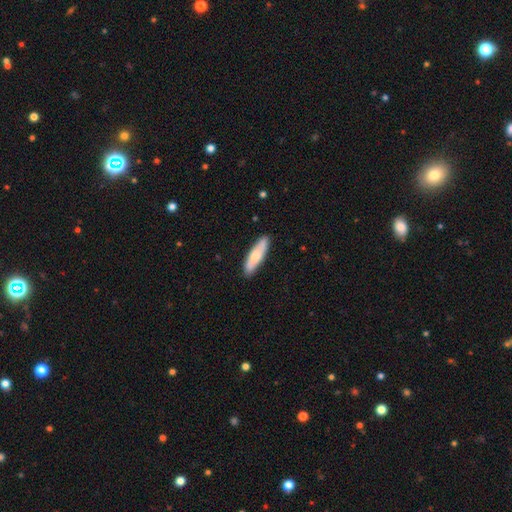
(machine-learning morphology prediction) The model was most divided on "how rounded": cigar-shaped: 67%, in between: 31%, round: 2%. More confident: merging — none (87%); smooth or featured — smooth (68%).